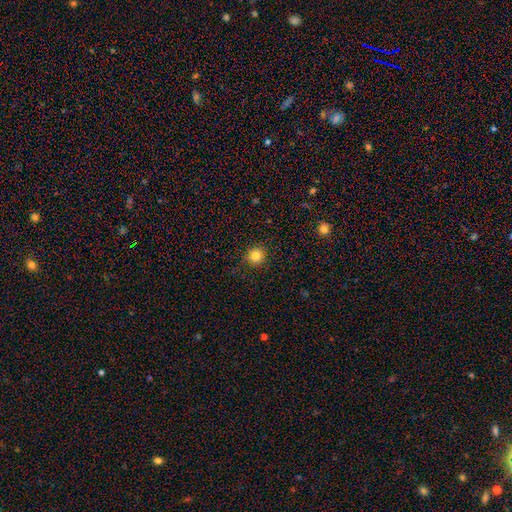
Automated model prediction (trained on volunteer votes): A smooth galaxy with no disk features (82%) that is round (93%).

Vote fractions:
- Smooth or featured? smooth: 82% / star or artifact: 12% / featured or disk: 6%
- How rounded? round: 93% / in between: 6% / cigar-shaped: 1%
- Merging? none: 89% / minor disturbance: 8% / major disturbance: 2% / merger: 1%